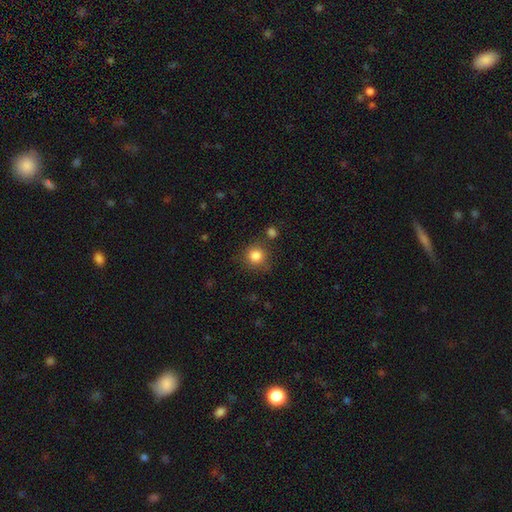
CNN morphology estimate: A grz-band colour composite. It shows a smooth galaxy with no disk features (84%) that is round (92%). Merging: none (80%).